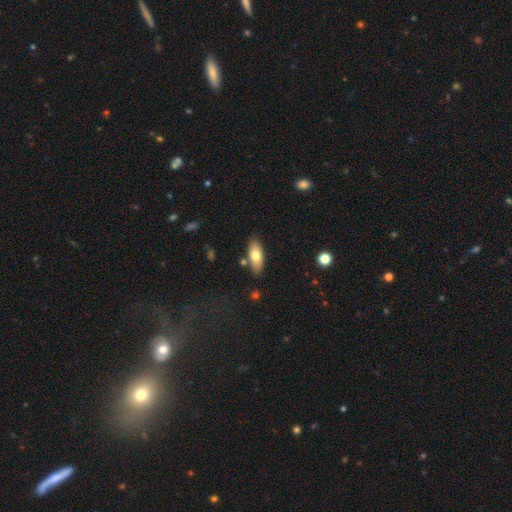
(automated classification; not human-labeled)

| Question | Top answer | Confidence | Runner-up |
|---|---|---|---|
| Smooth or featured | smooth | 72% | featured or disk (21%) |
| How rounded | in between | 80% | cigar-shaped (18%) |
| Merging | none | 81% | minor disturbance (12%) |